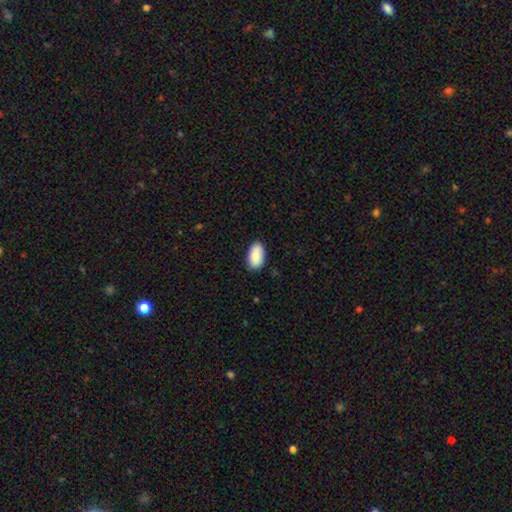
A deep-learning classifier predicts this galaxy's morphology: This appears to be a smooth galaxy with no disk features (83%) that is in between round and cigar-shaped (94%). Merging: none (84%).